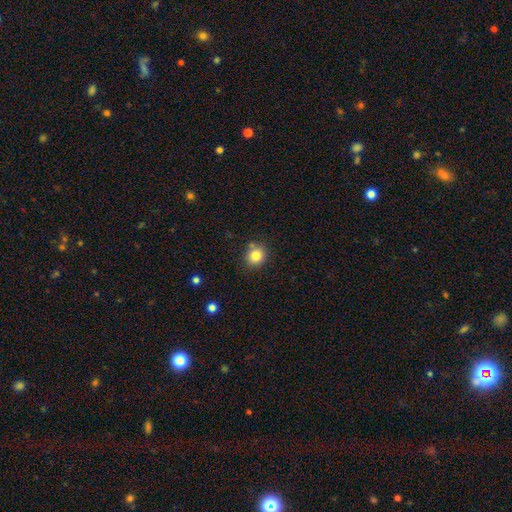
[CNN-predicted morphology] Smooth or featured: smooth — 82% (star or artifact — 11%)
How rounded: round — 78% (in between — 21%)
Merging: none — 81% (minor disturbance — 11%)